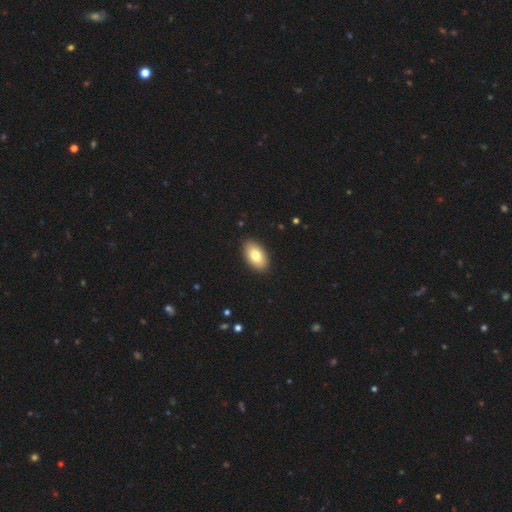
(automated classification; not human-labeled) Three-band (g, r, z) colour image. It shows a smooth galaxy with no disk features (80%) that is in between round and cigar-shaped (94%). Merging: none (90%).